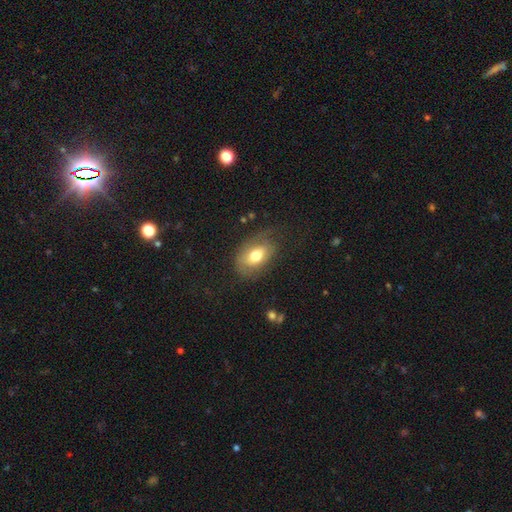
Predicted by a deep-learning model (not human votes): Morphology: type=smooth (62%); roundness=in between (86%); merging=none (55%).